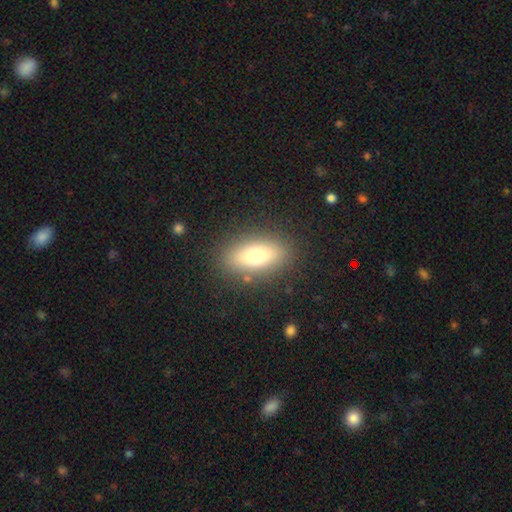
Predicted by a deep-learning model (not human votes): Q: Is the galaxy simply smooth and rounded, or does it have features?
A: smooth — 69%.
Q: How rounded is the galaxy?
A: in between — 80%.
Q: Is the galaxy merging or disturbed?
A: none — 85%.